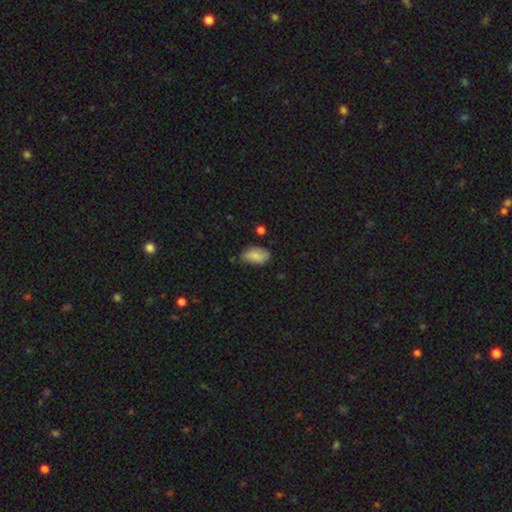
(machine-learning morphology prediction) Overall: smooth (84%). How rounded: in between (93%). Merging: none (66%; minor disturbance 27%).